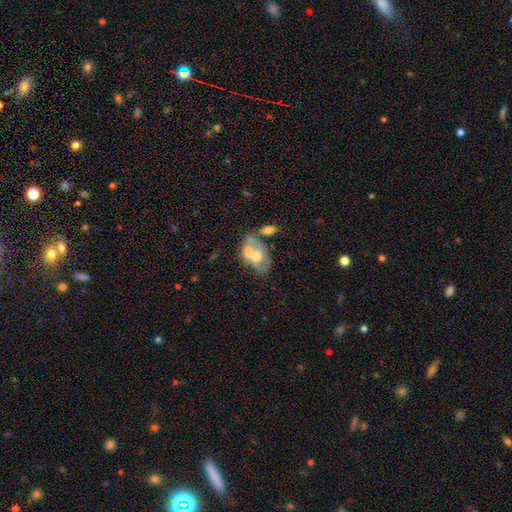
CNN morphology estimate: type=featured or disk (53%); edge-on=no (94%); merging=merger (50%).